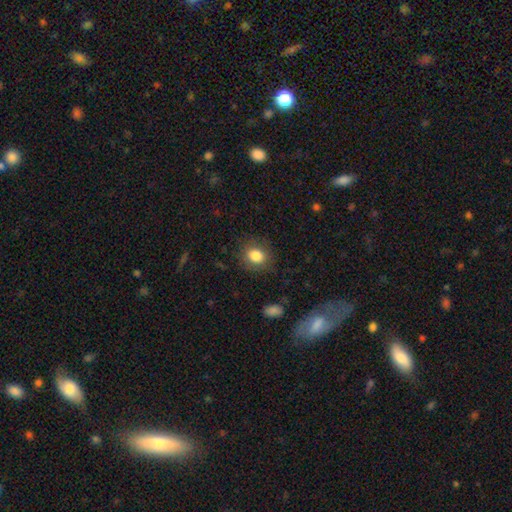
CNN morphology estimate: Q: Smooth or featured?
A: smooth (84%); runner-up: star or artifact (10%)
Q: How rounded?
A: round (59%); runner-up: in between (40%)
Q: Merging?
A: none (84%); runner-up: minor disturbance (11%)